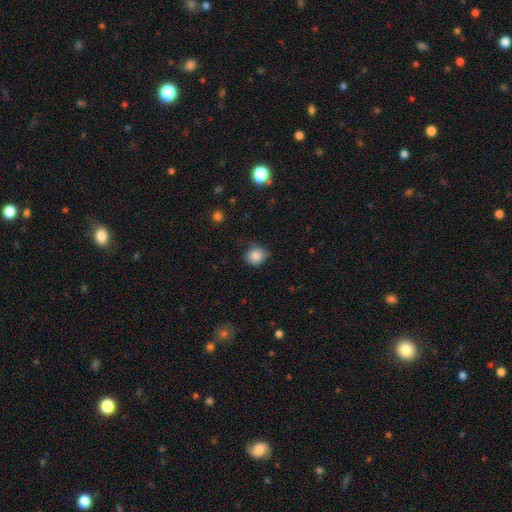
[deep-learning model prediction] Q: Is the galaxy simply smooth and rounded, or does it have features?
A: smooth — 85%.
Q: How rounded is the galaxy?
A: round — 80%.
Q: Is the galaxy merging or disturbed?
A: none — 72%.